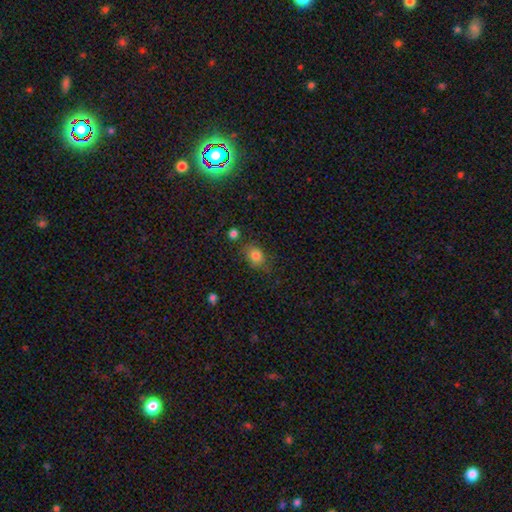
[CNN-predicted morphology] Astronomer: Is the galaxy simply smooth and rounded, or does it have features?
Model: smooth — 81%.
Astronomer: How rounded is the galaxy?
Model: in between — 59% (runner-up: round, 39%).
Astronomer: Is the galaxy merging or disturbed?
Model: none — 71%.